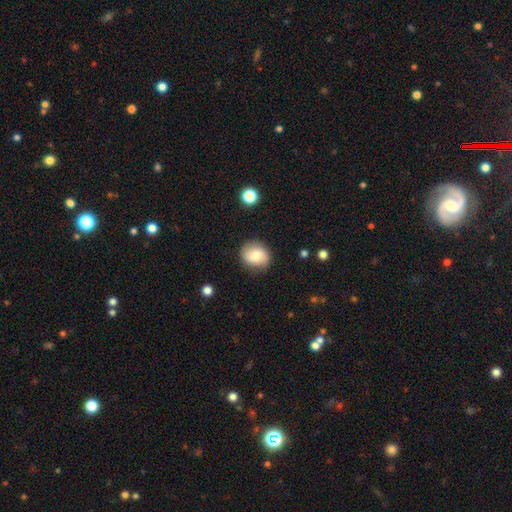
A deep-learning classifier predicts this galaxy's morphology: This appears to be a smooth galaxy with no disk features (73%) that is round (71%). Merging: none (82%).